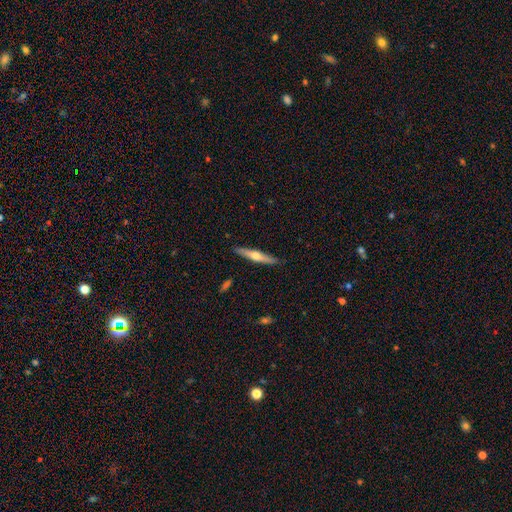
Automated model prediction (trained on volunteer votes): Smooth or featured?
  - featured or disk: 57% *
  - smooth: 38%
  - star or artifact: 6%
Edge-on disk?
  - yes: 95% *
  - no: 5%
Edge-on bulge?
  - rounded: 90% *
  - none: 8%
  - boxy: 3%
Merging?
  - none: 89% *
  - minor disturbance: 8%
  - major disturbance: 2%
  - merger: 1%